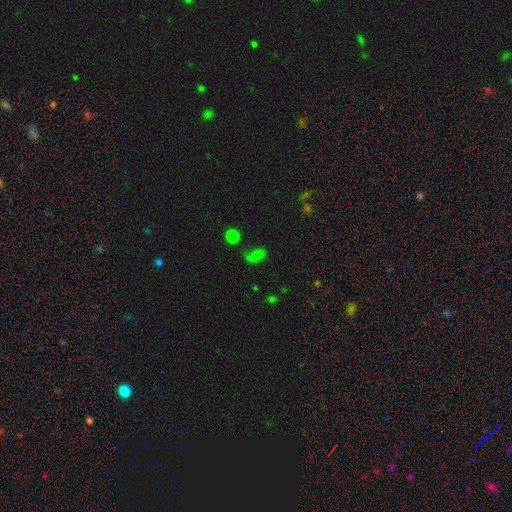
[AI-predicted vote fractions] Smooth or featured?
  - smooth: 60% *
  - star or artifact: 28%
  - featured or disk: 12%
How rounded?
  - in between: 78% *
  - round: 18%
  - cigar-shaped: 4%
Merging?
  - none: 46% *
  - minor disturbance: 25%
  - major disturbance: 19%
  - merger: 11%